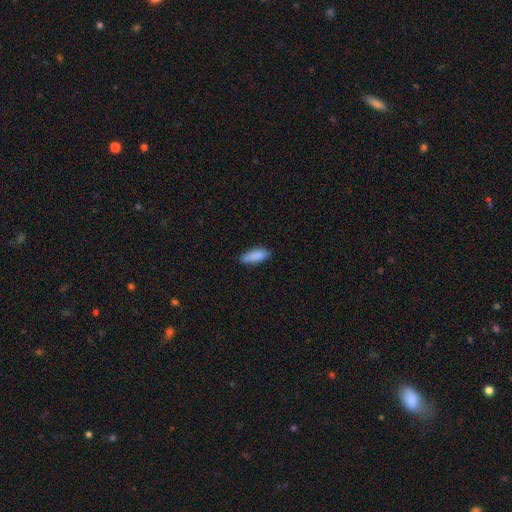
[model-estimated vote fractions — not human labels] Smooth or featured? smooth (87%)
How rounded? in between (66%)
Merging? none (73%)